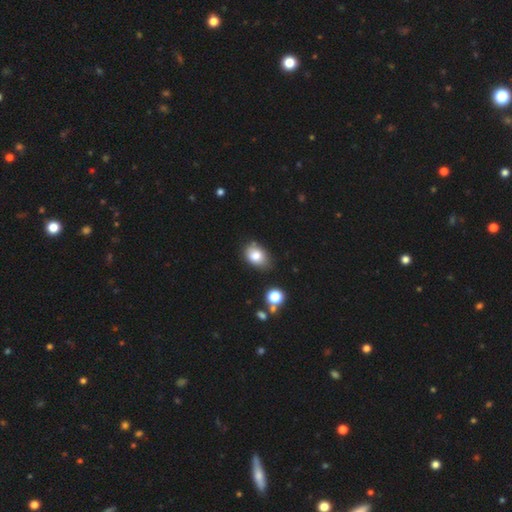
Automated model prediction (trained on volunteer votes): Smooth or featured: smooth — 80% (featured or disk — 10%)
How rounded: in between — 79% (round — 20%)
Merging: none — 62% (minor disturbance — 27%)